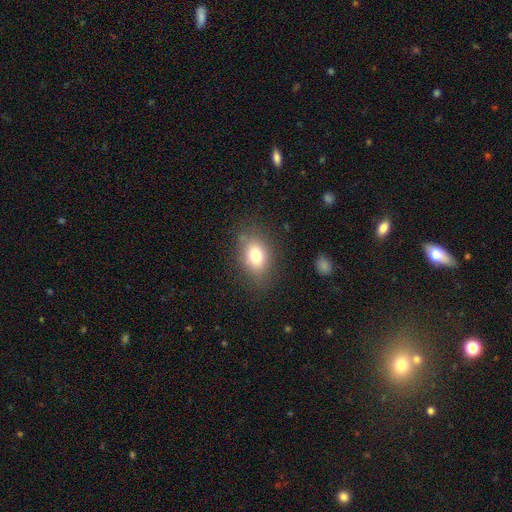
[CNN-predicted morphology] A smooth galaxy with no disk features (77%) that is in between round and cigar-shaped (77%).

Vote fractions:
- Smooth or featured? smooth: 77% / featured or disk: 13% / star or artifact: 11%
- How rounded? in between: 77% / round: 21% / cigar-shaped: 2%
- Merging? none: 77% / minor disturbance: 15% / major disturbance: 6% / merger: 2%